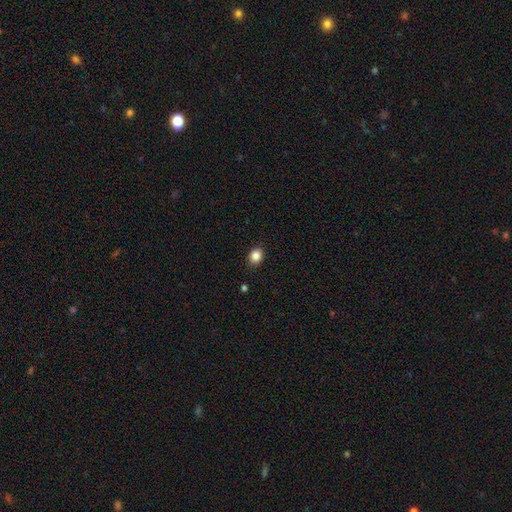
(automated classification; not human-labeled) Smooth or featured: smooth — 86% (star or artifact — 10%)
How rounded: round — 51% (in between — 48%)
Merging: none — 88% (minor disturbance — 9%)